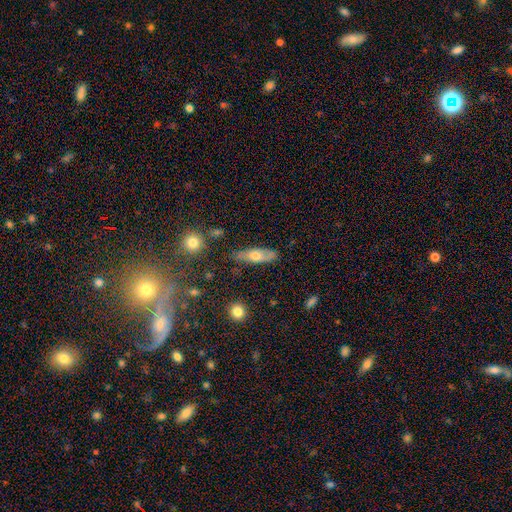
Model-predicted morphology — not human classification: A smooth galaxy with no disk features (56%) that is in between round and cigar-shaped (57%). Merging: none (74%).